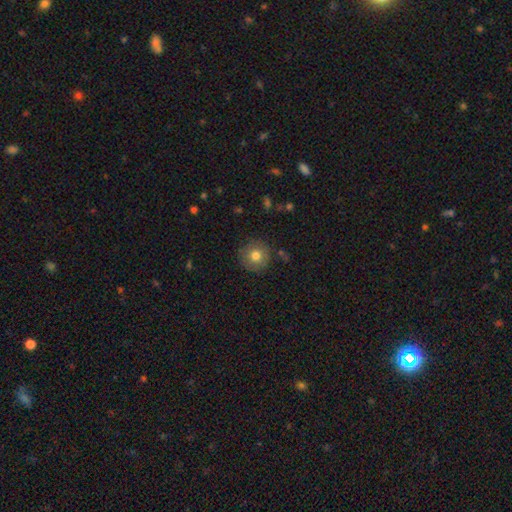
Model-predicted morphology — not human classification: The model was most divided on "smooth or featured": smooth: 77%, featured or disk: 13%, star or artifact: 10%. More confident: how rounded — round (94%); merging — none (86%).